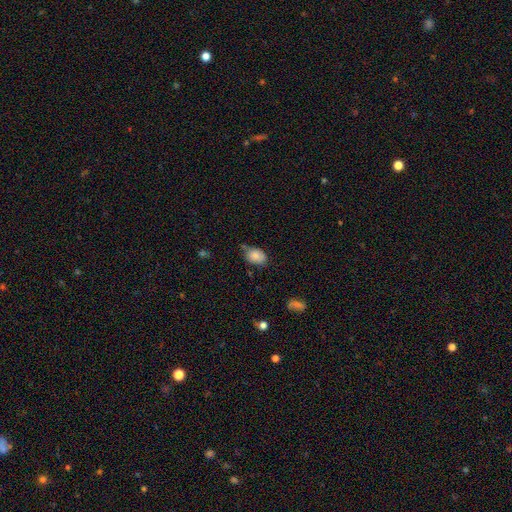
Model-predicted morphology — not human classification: Smooth or featured: smooth — 83% (featured or disk — 9%)
How rounded: in between — 74% (round — 25%)
Merging: none — 59% (minor disturbance — 29%)